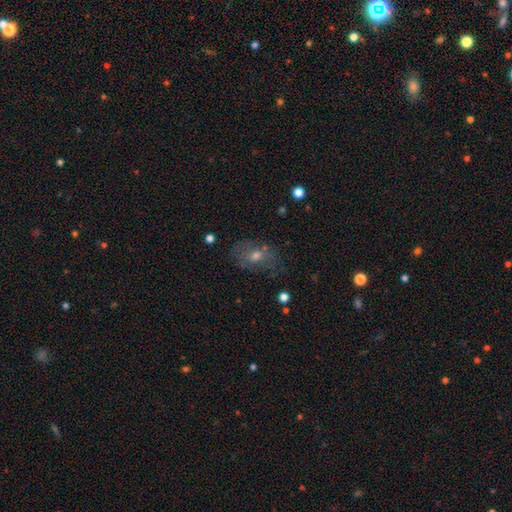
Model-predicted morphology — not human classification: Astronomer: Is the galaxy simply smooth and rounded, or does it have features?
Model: smooth — 43% (runner-up: featured or disk, 36%).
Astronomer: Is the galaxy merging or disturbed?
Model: none — 62%.